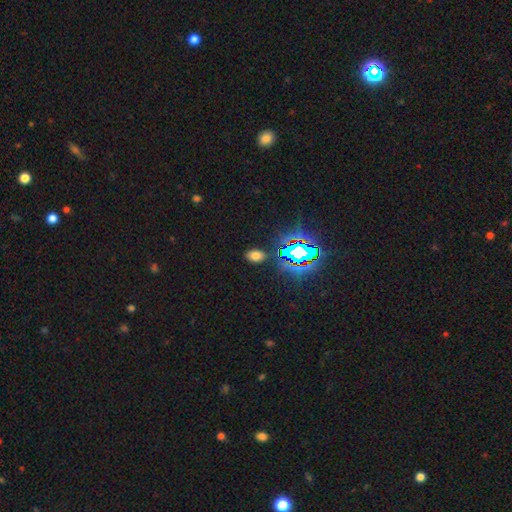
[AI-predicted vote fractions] Morphology: type=smooth (64%); roundness=in between (84%); merging=none (87%).